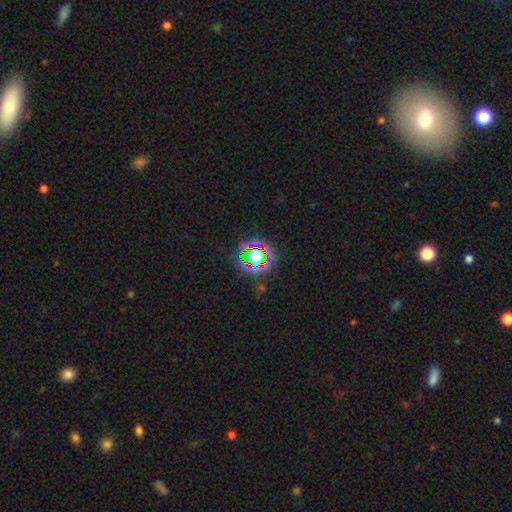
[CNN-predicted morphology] This appears to be a star or artifact, not a galaxy (63%).